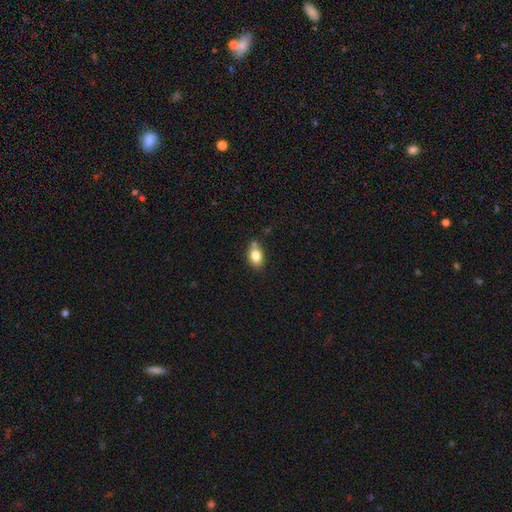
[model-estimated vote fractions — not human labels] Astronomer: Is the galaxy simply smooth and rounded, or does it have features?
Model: smooth — 81%.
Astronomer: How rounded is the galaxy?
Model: in between — 77%.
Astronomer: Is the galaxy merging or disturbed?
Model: none — 63%.